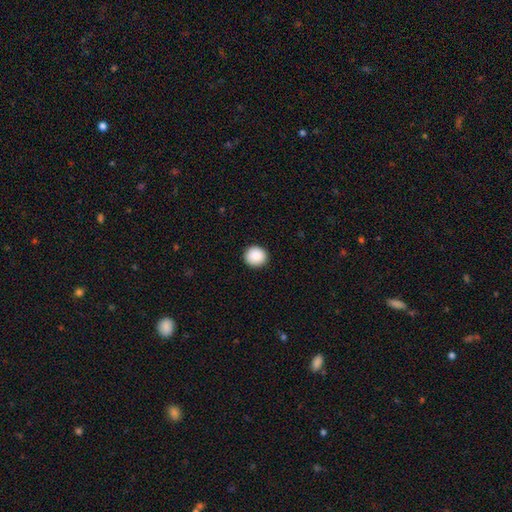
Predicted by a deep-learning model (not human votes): Smooth or featured? Predicted: smooth (p=0.89). How rounded? Predicted: round (p=0.91). Merging? Predicted: none (p=0.91).